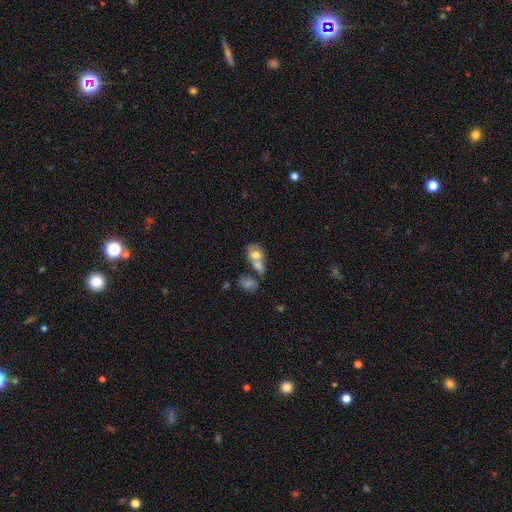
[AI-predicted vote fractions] This is likely a smooth galaxy (67%). How rounded: likely in between (78%). Merging: likely merger (61%).